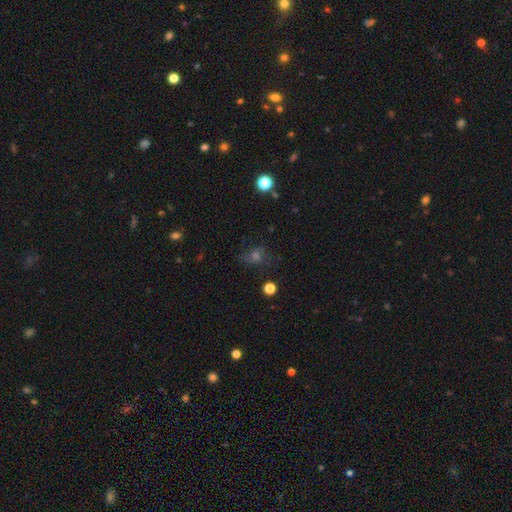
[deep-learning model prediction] This appears to be a featured or disk galaxy (34%, tied with star or artifact). Merging: none (66%).